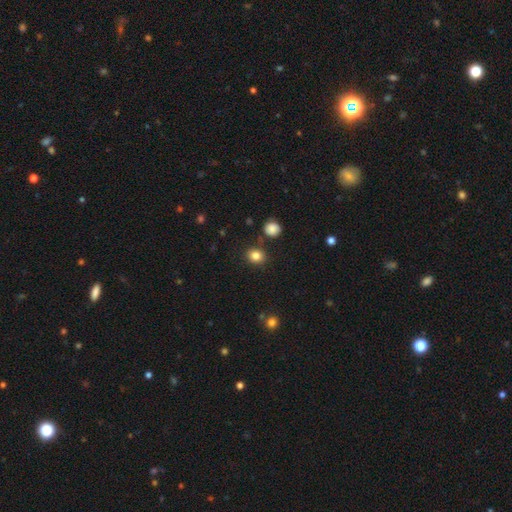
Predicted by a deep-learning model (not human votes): Smooth or featured? smooth (83%)
How rounded? round (73%)
Merging? none (84%)